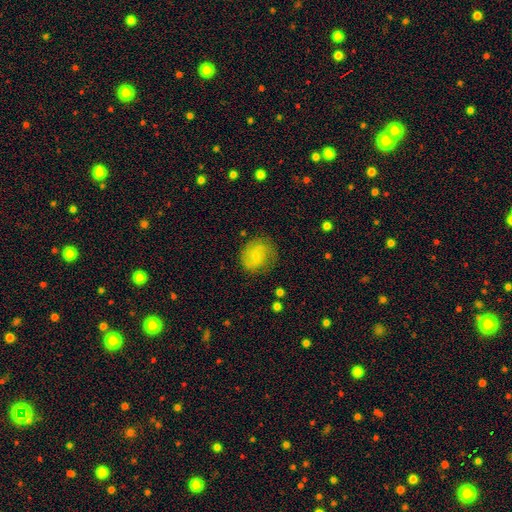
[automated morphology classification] Smooth or featured: smooth — 59% (featured or disk — 32%)
How rounded: round — 77% (in between — 22%)
Merging: none — 71% (minor disturbance — 19%)